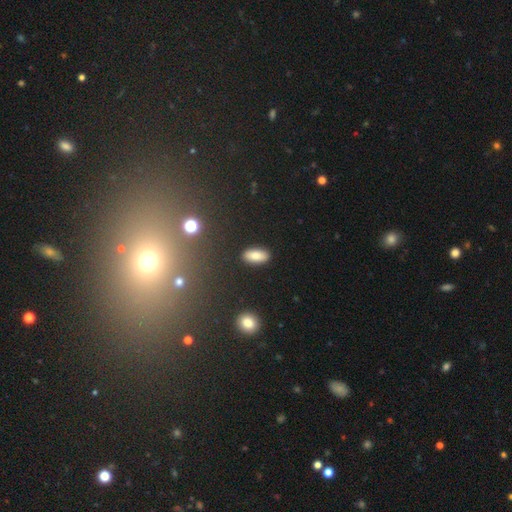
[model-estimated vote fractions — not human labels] Smooth or featured?
  - smooth: 82% *
  - star or artifact: 9%
  - featured or disk: 9%
How rounded?
  - in between: 89% *
  - cigar-shaped: 7%
  - round: 3%
Merging?
  - none: 89% *
  - minor disturbance: 8%
  - major disturbance: 2%
  - merger: 1%